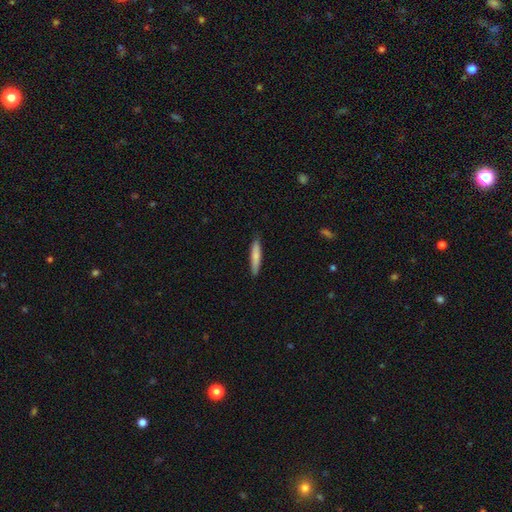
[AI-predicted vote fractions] Q: Smooth or featured?
A: smooth (77%); runner-up: featured or disk (18%)
Q: How rounded?
A: cigar-shaped (90%); runner-up: in between (9%)
Q: Merging?
A: none (88%); runner-up: minor disturbance (9%)